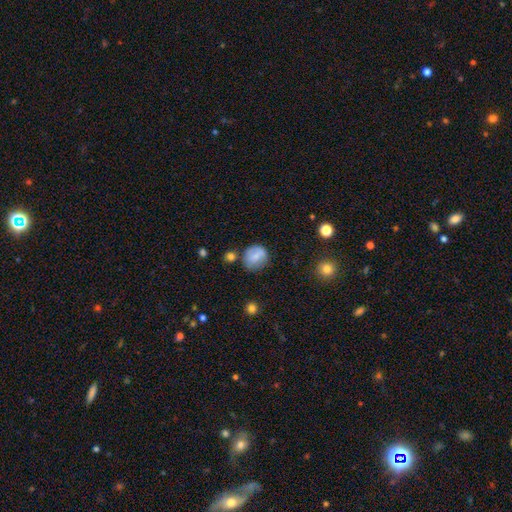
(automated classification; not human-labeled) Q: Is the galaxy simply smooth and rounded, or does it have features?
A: smooth — 72%.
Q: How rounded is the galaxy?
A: round — 80%.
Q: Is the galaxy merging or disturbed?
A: none — 65%.